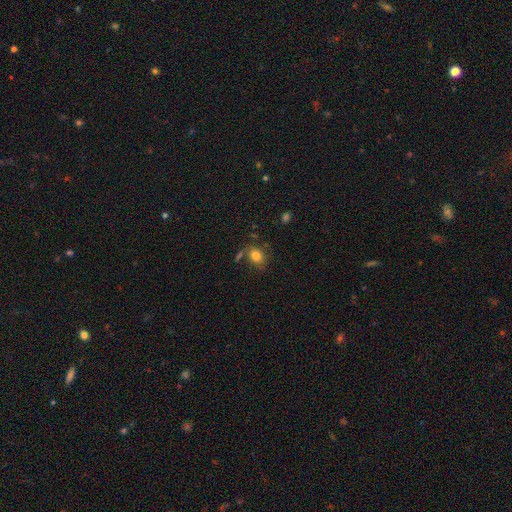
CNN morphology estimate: A smooth galaxy with no disk features (77%) that is in between round and cigar-shaped (58%). Merging: none (59%).